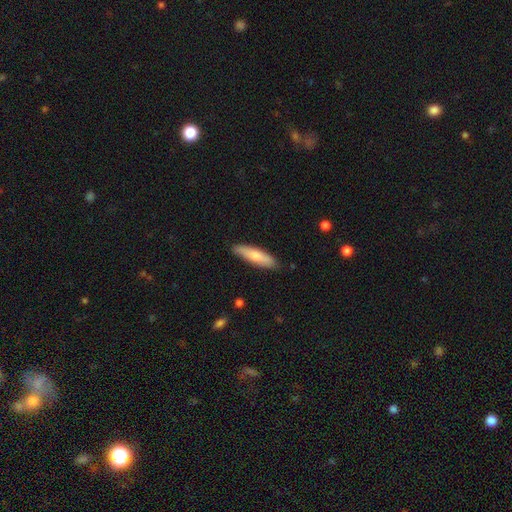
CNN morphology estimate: Smooth or featured? Predicted: smooth (p=0.74). How rounded? Predicted: cigar-shaped (p=0.71). Merging? Predicted: none (p=0.86).